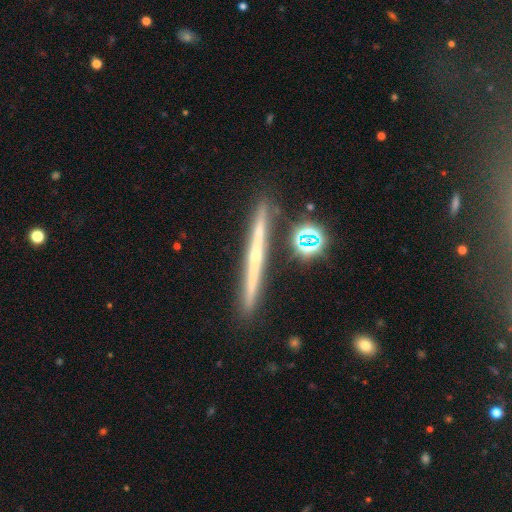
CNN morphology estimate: A featured or disk galaxy (70%) viewed edge-on (97%) with no central bulge (49%).

Vote fractions:
- Smooth or featured? featured or disk: 70% / smooth: 21% / star or artifact: 8%
- Edge-on disk? yes: 97% / no: 3%
- Edge-on bulge? none: 49% / rounded: 47% / boxy: 4%
- Merging? none: 88% / minor disturbance: 7% / merger: 3% / major disturbance: 2%